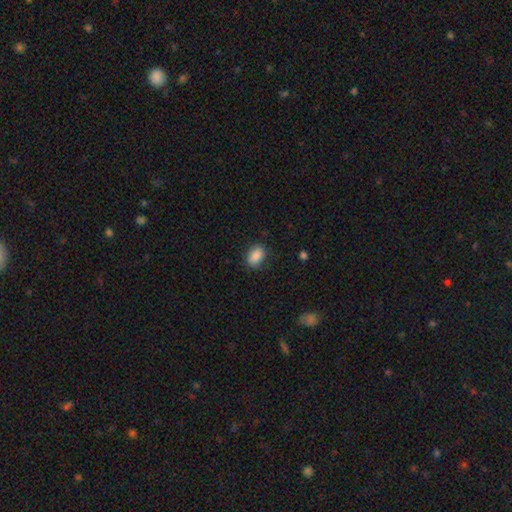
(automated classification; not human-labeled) Smooth or featured: smooth — 85% (star or artifact — 8%)
How rounded: in between — 80% (round — 18%)
Merging: none — 80% (minor disturbance — 15%)